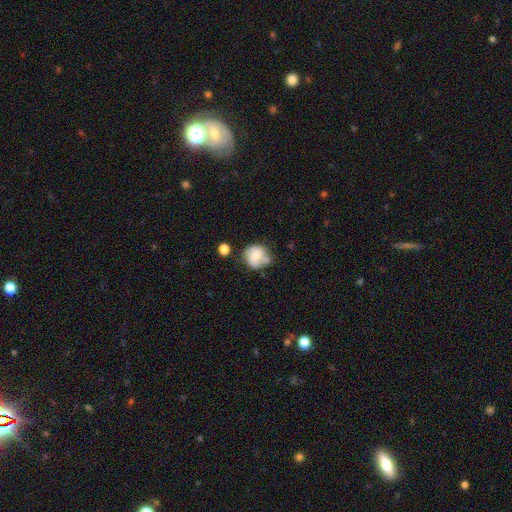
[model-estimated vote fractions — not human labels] smooth_or_featured: smooth (p=0.62) [alt: featured or disk p=0.29]
how_rounded: round (p=0.81) [alt: in between p=0.18]
merging: none (p=0.51) [alt: minor disturbance p=0.23]